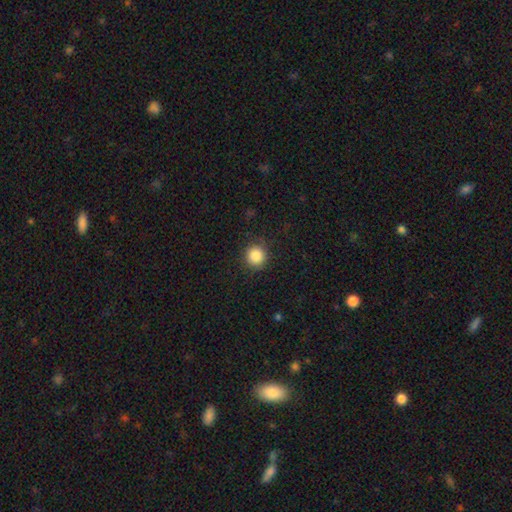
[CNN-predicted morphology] Smooth or featured: smooth — 86% (star or artifact — 10%)
How rounded: round — 94% (in between — 5%)
Merging: none — 89% (minor disturbance — 8%)